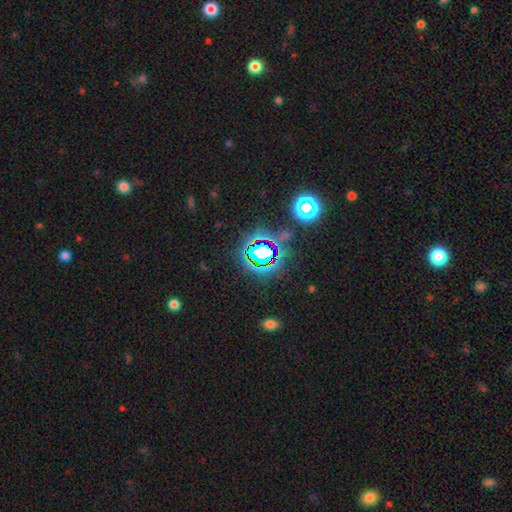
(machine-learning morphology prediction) Smooth or featured? Predicted: star or artifact (p=0.73).